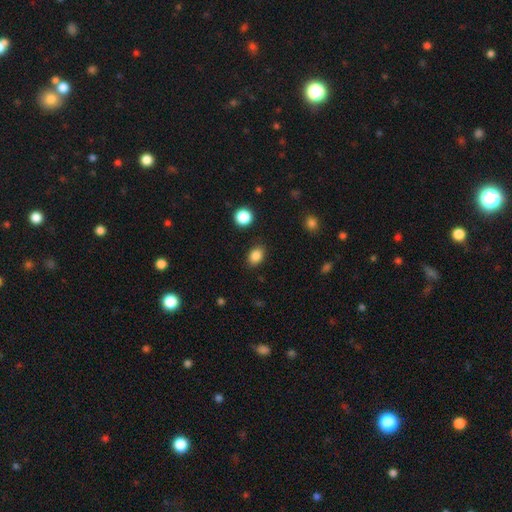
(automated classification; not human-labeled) Smooth or featured? smooth (85%)
How rounded? in between (71%)
Merging? none (86%)